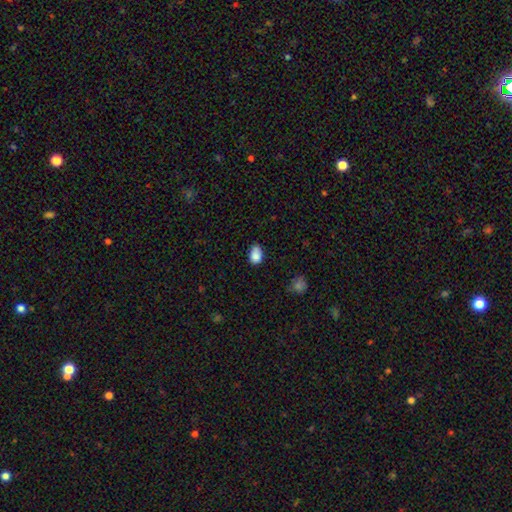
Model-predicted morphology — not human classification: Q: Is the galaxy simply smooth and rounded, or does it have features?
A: smooth — 86%.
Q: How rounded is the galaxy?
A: in between — 83%.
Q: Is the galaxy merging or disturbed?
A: none — 60%.